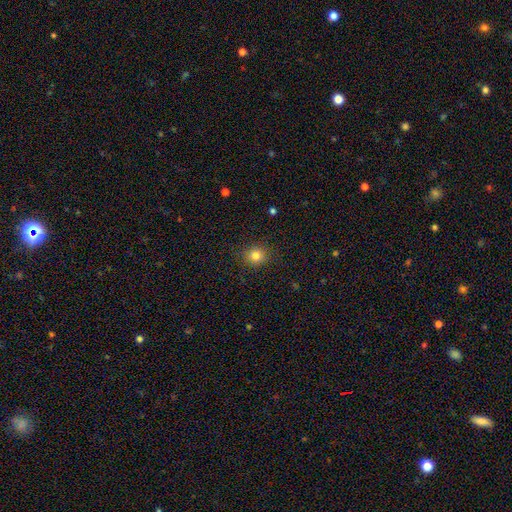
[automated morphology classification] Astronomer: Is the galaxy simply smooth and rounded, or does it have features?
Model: smooth — 82%.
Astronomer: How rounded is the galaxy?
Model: round — 84%.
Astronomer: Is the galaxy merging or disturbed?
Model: none — 88%.